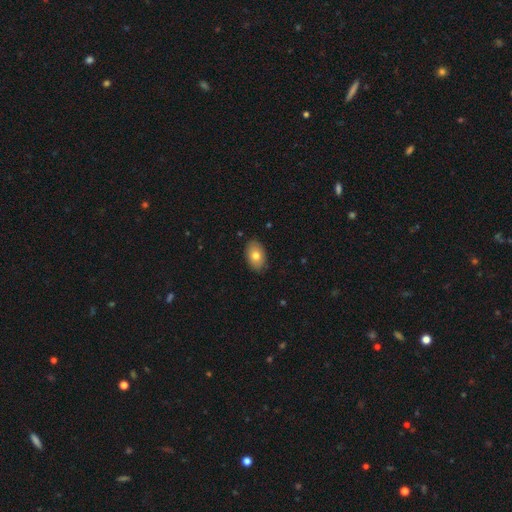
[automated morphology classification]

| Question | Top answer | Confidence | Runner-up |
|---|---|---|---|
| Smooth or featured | smooth | 77% | featured or disk (15%) |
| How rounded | in between | 88% | round (11%) |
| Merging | none | 87% | minor disturbance (10%) |